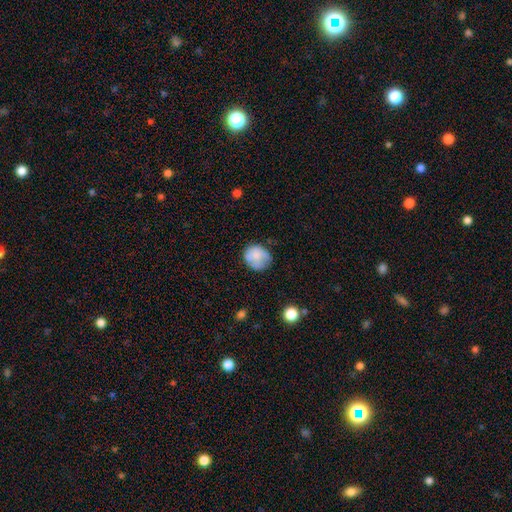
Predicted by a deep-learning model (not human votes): This appears to be a smooth galaxy with no disk features (71%) that is round (75%). Merging: none (64%).